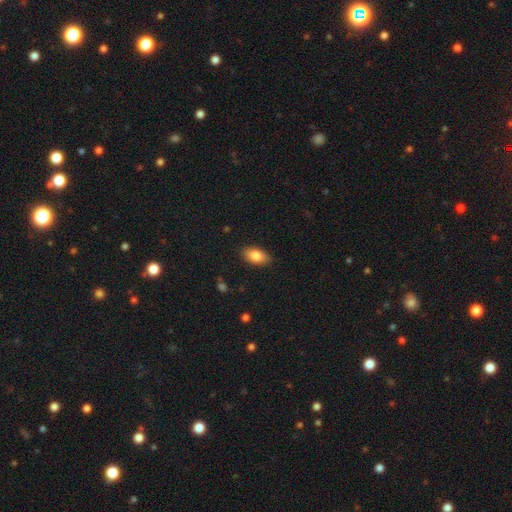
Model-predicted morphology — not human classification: A smooth galaxy with no disk features (85%) that is in between round and cigar-shaped (92%).

Vote fractions:
- Smooth or featured? smooth: 85% / featured or disk: 8% / star or artifact: 7%
- How rounded? in between: 92% / round: 5% / cigar-shaped: 4%
- Merging? none: 87% / minor disturbance: 10% / major disturbance: 2% / merger: 1%